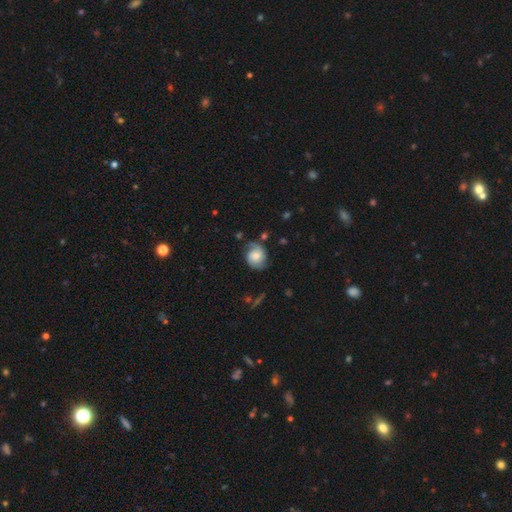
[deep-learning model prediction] Morphology: type=featured or disk (63%); edge-on=no (98%); bar=no (60%); spiral arms=yes (93%); winding=medium (44%); arm count=2 (84%); bulge=moderate (32%); merging=none (67%).